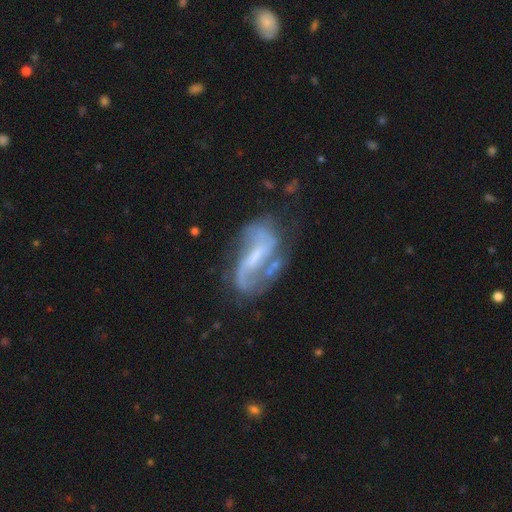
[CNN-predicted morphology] Smooth or featured?
  - featured or disk: 83% *
  - smooth: 10%
  - star or artifact: 7%
Edge-on disk?
  - no: 96% *
  - yes: 4%
Bar?
  - weak: 44% *
  - strong: 37%
  - no: 19%
Spiral arms?
  - yes: 89% *
  - no: 11%
Spiral winding?
  - loose: 46% *
  - medium: 40%
  - tight: 14%
Spiral arm count?
  - 2: 79% *
  - can't tell: 9%
  - 1: 6%
  - 3: 3%
  - 4: 1%
  - more than 4: 1%
Bulge size?
  - small: 46% *
  - moderate: 31%
  - none: 18%
  - large: 4%
  - dominant: 1%
Merging?
  - none: 54% *
  - minor disturbance: 22%
  - major disturbance: 18%
  - merger: 7%